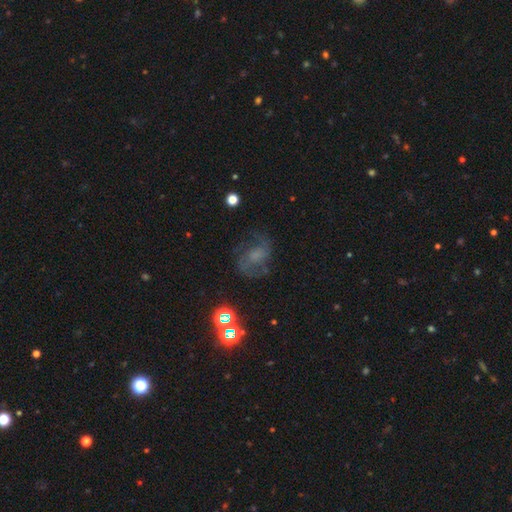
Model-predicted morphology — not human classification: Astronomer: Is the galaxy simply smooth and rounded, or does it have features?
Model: featured or disk — 65%.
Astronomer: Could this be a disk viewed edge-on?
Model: no — 97%.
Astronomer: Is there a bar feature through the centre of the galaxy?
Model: no — 51% (runner-up: weak, 38%).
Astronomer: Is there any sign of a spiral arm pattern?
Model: yes — 88%.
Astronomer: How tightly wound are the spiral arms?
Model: medium — 52%.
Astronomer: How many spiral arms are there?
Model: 2 — 77%.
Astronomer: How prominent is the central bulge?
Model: none — 40% (runner-up: small, 25%).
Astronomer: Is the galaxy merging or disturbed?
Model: none — 65%.